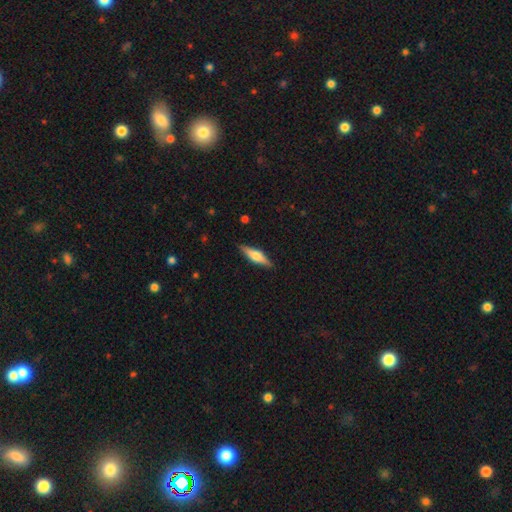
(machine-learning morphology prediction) This appears to be a featured or disk galaxy (54%) viewed edge-on (95%) with a rounded central bulge (88%). Merging: none (89%).